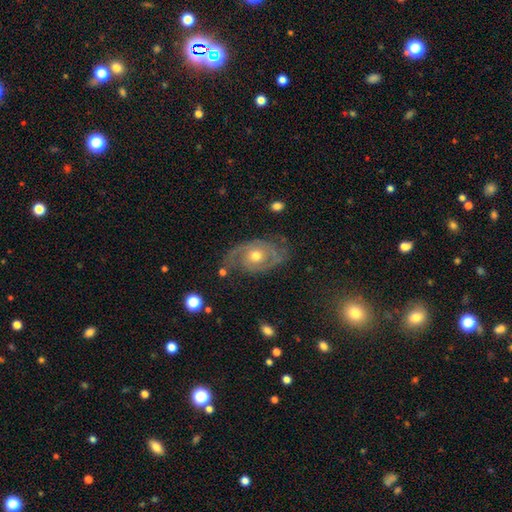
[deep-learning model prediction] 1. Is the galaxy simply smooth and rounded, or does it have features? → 82% featured or disk, 11% smooth, 8% star or artifact.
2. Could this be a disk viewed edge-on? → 95% no, 5% yes.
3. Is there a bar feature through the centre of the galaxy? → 76% no, 19% weak, 5% strong.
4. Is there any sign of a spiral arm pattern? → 89% yes, 11% no.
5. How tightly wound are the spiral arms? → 53% tight, 35% medium, 12% loose.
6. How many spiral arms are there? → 64% 2, 17% can't tell, 9% 1, 6% 3, 3% 4, 2% more than 4.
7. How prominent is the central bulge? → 70% moderate, 24% small, 4% large, 1% none, 1% dominant.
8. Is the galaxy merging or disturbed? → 71% none, 19% minor disturbance, 9% major disturbance, 2% merger.